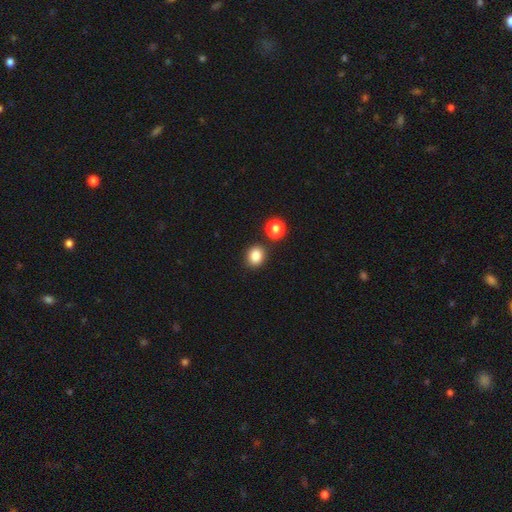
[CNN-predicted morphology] Smooth or featured?
  - smooth: 85% *
  - star or artifact: 11%
  - featured or disk: 4%
How rounded?
  - round: 60% *
  - in between: 39%
  - cigar-shaped: 1%
Merging?
  - none: 80% *
  - minor disturbance: 10%
  - merger: 7%
  - major disturbance: 3%